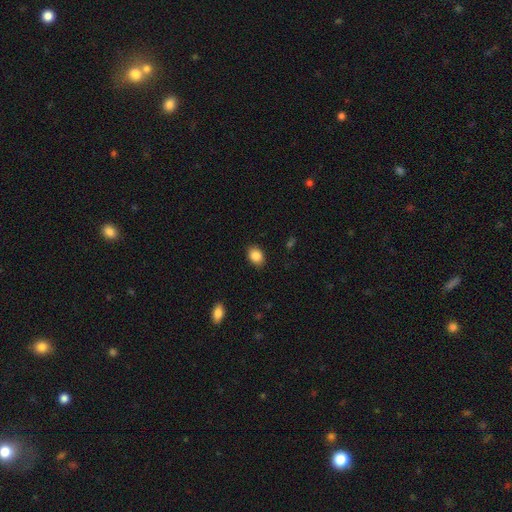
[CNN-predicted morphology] Smooth or featured?
  - smooth: 87% *
  - star or artifact: 8%
  - featured or disk: 4%
How rounded?
  - in between: 71% *
  - round: 28%
  - cigar-shaped: 1%
Merging?
  - none: 88% *
  - minor disturbance: 9%
  - major disturbance: 2%
  - merger: 1%